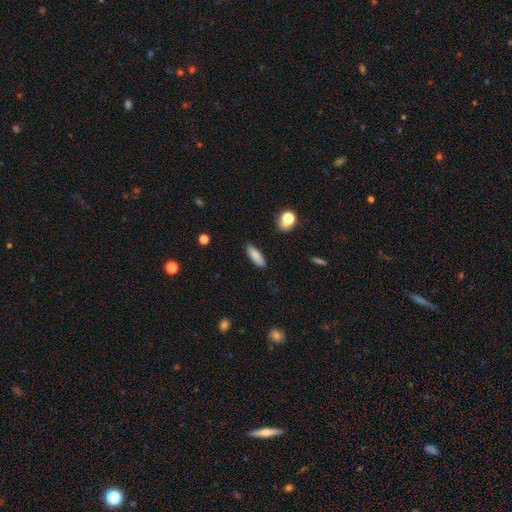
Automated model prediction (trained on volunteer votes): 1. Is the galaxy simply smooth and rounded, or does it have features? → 85% smooth, 8% featured or disk, 8% star or artifact.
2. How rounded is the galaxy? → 56% in between, 42% cigar-shaped, 2% round.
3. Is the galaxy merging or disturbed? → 88% none, 9% minor disturbance, 2% major disturbance, 2% merger.